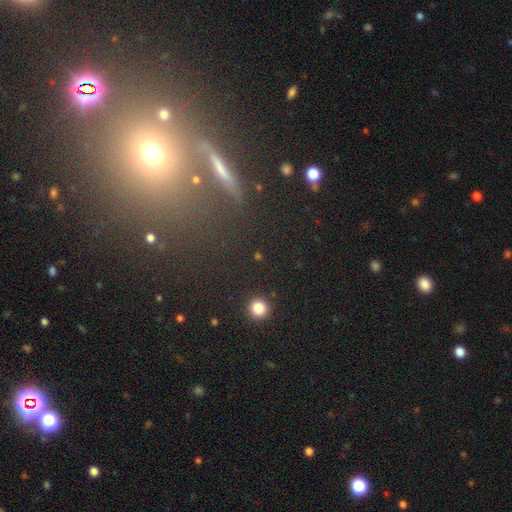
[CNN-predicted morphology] Q: Smooth or featured?
A: star or artifact (44%); runner-up: smooth (37%)